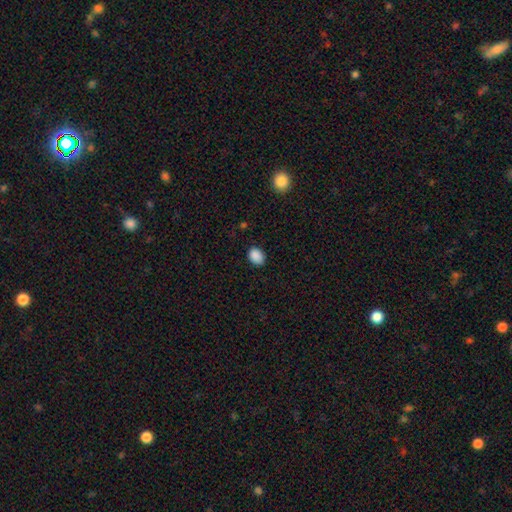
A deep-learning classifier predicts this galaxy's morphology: Q: Smooth or featured?
A: smooth (89%); runner-up: star or artifact (8%)
Q: How rounded?
A: in between (67%); runner-up: round (32%)
Q: Merging?
A: none (83%); runner-up: minor disturbance (13%)